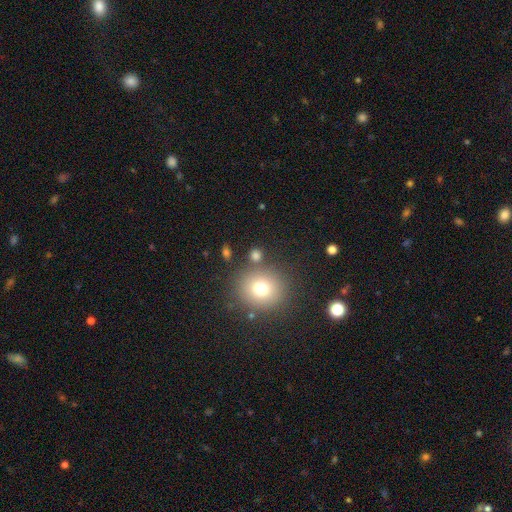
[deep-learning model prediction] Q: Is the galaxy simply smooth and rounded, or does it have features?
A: smooth — 75%.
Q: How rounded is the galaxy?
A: round — 83%.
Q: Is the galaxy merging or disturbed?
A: none — 76%.